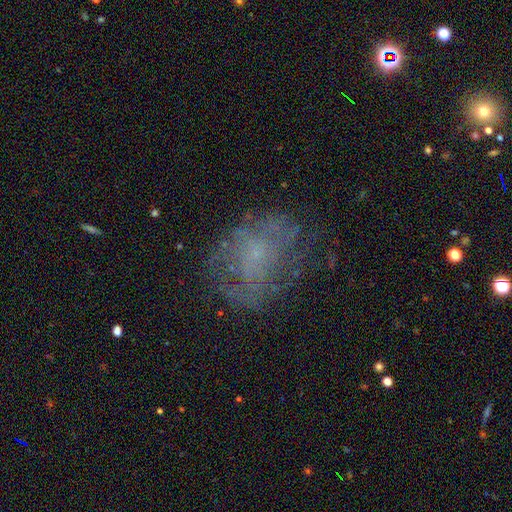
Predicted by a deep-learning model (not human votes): A featured or disk galaxy (47%).

Vote fractions:
- Smooth or featured? featured or disk: 47% / smooth: 31% / star or artifact: 22%
- Merging? none: 63% / minor disturbance: 19% / major disturbance: 17% / merger: 2%